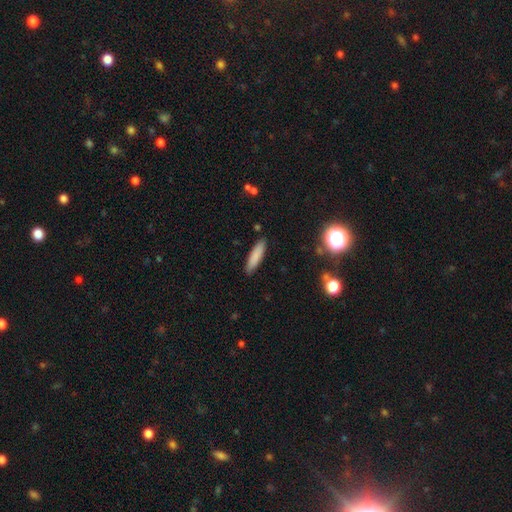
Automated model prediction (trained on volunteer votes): The model was most divided on "how rounded": cigar-shaped: 73%, in between: 25%, round: 1%. More confident: merging — none (88%); smooth or featured — smooth (84%).